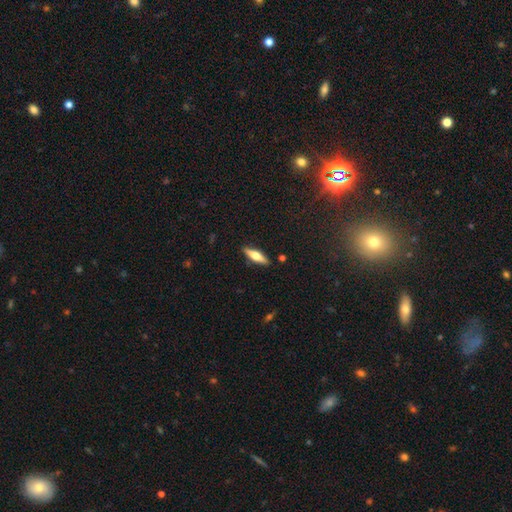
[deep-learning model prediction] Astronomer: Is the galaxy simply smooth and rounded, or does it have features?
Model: featured or disk — 50% (runner-up: smooth, 44%).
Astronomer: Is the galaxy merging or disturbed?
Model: none — 89%.